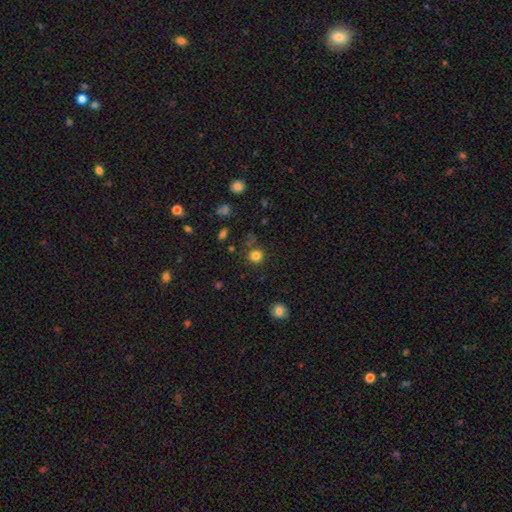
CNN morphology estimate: A smooth galaxy with no disk features (82%) that is round (92%). Merging: none (83%).